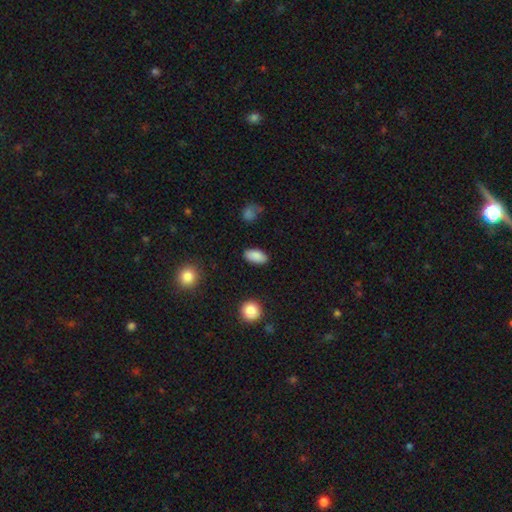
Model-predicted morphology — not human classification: Q: Smooth or featured?
A: smooth (88%); runner-up: star or artifact (7%)
Q: How rounded?
A: in between (92%); runner-up: cigar-shaped (4%)
Q: Merging?
A: none (88%); runner-up: minor disturbance (9%)